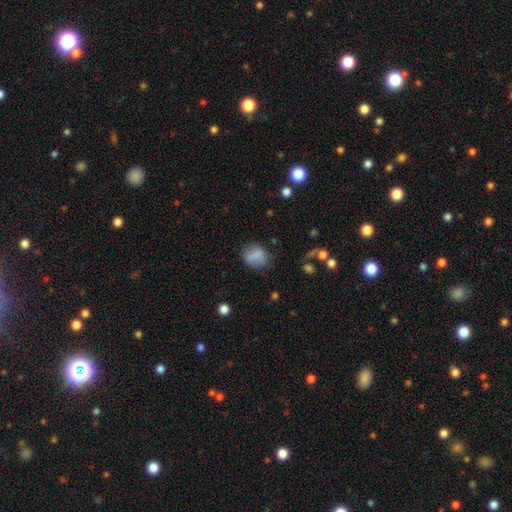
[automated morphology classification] type=smooth (79%); roundness=round (56%); merging=none (71%).